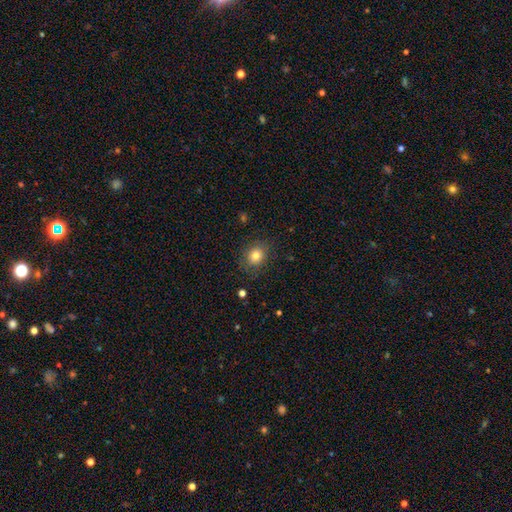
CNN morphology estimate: Smooth or featured? smooth (81%)
How rounded? round (65%)
Merging? none (83%)